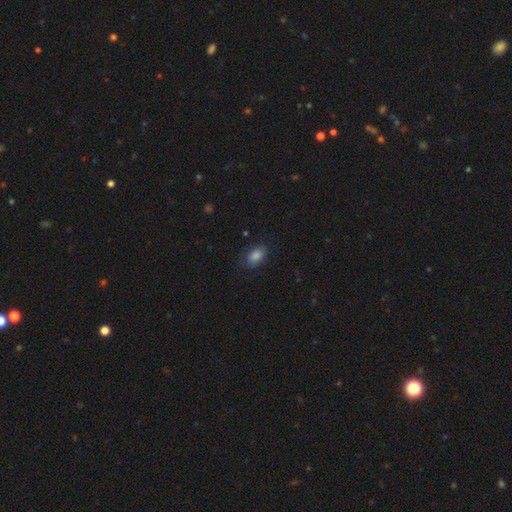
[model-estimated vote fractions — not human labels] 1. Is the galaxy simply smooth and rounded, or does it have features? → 80% smooth, 12% star or artifact, 8% featured or disk.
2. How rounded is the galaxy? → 88% in between, 9% round, 2% cigar-shaped.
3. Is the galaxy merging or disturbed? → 79% none, 15% minor disturbance, 4% major disturbance, 1% merger.